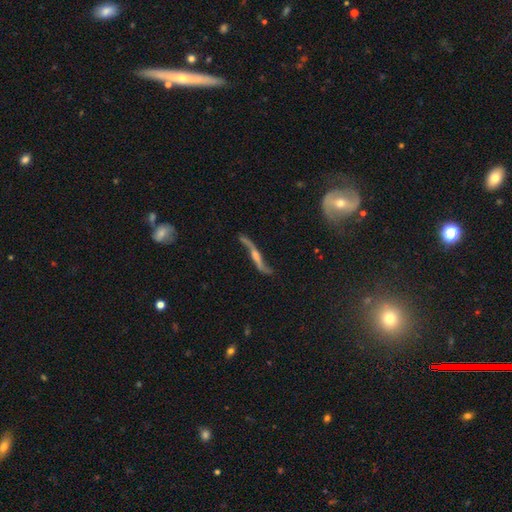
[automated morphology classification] Smooth or featured?
  - featured or disk: 70% *
  - smooth: 16%
  - star or artifact: 14%
Edge-on disk?
  - yes: 70% *
  - no: 30%
Merging?
  - none: 74% *
  - minor disturbance: 14%
  - major disturbance: 6%
  - merger: 5%